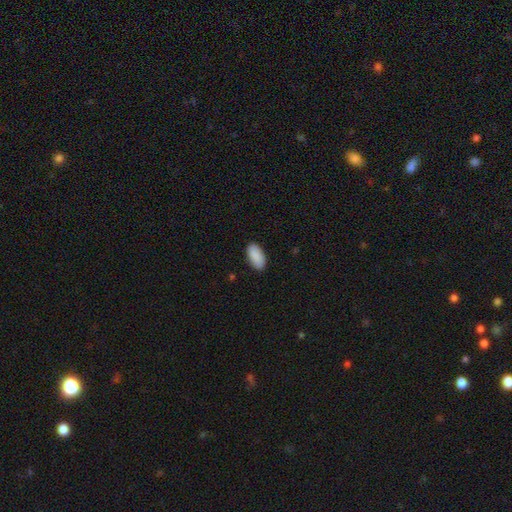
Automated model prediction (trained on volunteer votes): smooth_or_featured: smooth (p=0.91) [alt: star or artifact p=0.06]
how_rounded: in between (p=0.94) [alt: cigar-shaped p=0.04]
merging: none (p=0.88) [alt: minor disturbance p=0.09]